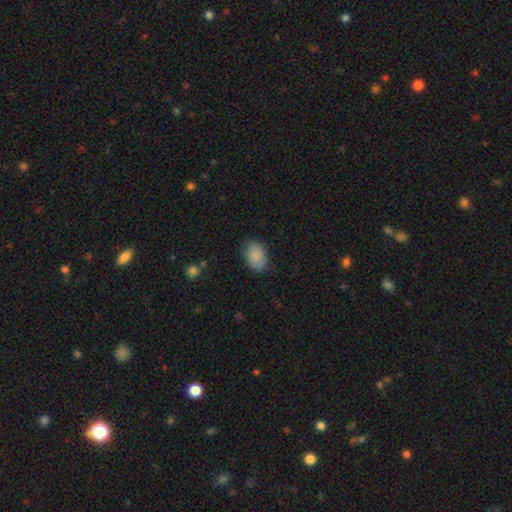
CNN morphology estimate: A smooth galaxy with no disk features (86%) that is in between round and cigar-shaped (82%).

Vote fractions:
- Smooth or featured? smooth: 86% / featured or disk: 7% / star or artifact: 7%
- How rounded? in between: 82% / round: 17% / cigar-shaped: 1%
- Merging? none: 77% / minor disturbance: 18% / major disturbance: 4% / merger: 1%